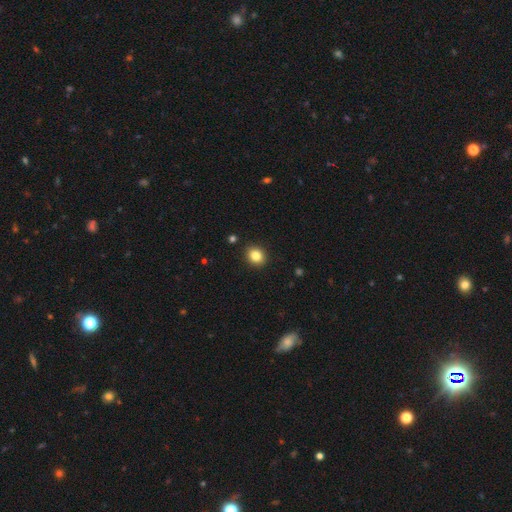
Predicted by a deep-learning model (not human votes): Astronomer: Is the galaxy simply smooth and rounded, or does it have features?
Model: smooth — 84%.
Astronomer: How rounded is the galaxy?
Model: round — 66%.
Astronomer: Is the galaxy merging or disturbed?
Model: none — 90%.